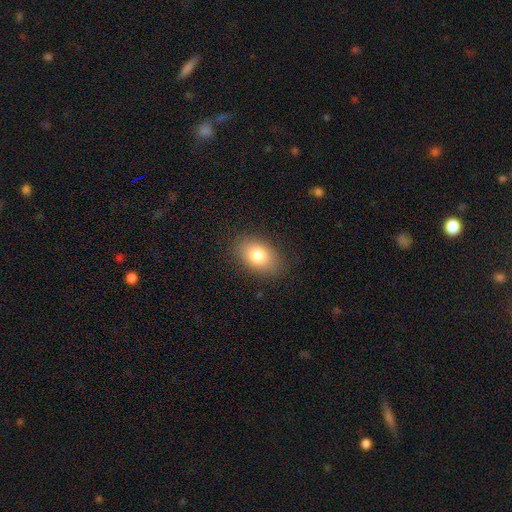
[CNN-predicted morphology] smooth_or_featured: smooth (p=0.80) [alt: featured or disk p=0.11]
how_rounded: in between (p=0.85) [alt: round p=0.14]
merging: none (p=0.88) [alt: minor disturbance p=0.09]